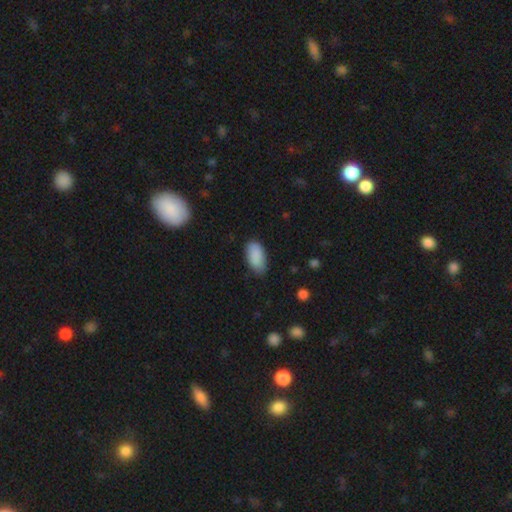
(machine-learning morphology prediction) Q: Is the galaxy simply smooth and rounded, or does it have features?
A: smooth — 89%.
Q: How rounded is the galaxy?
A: in between — 93%.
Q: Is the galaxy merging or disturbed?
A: none — 74%.